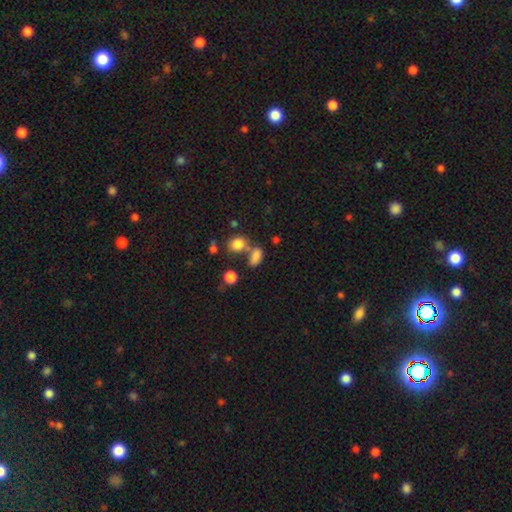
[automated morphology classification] Smooth or featured? smooth (81%)
How rounded? in between (84%)
Merging? none (45%)